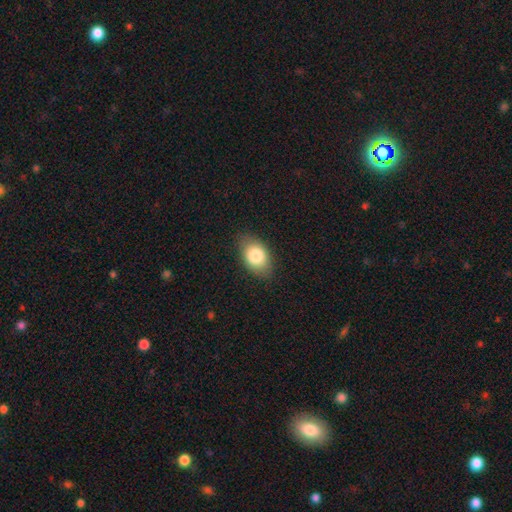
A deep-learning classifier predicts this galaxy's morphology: Overall: smooth (82%). How rounded: in between (84%). Merging: none (81%).